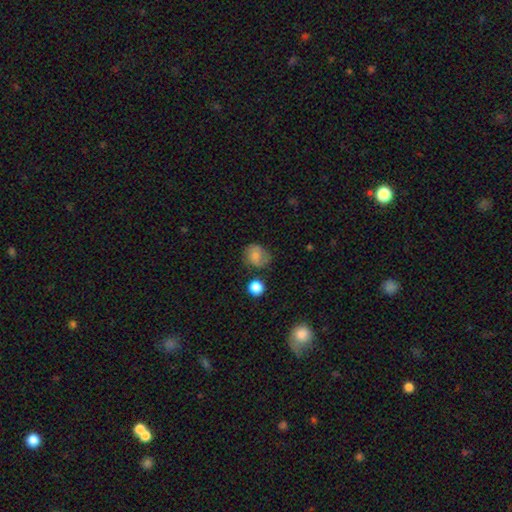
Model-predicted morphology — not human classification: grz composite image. It shows a smooth galaxy with no disk features (74%) that is round (62%). Merging: none (62%).